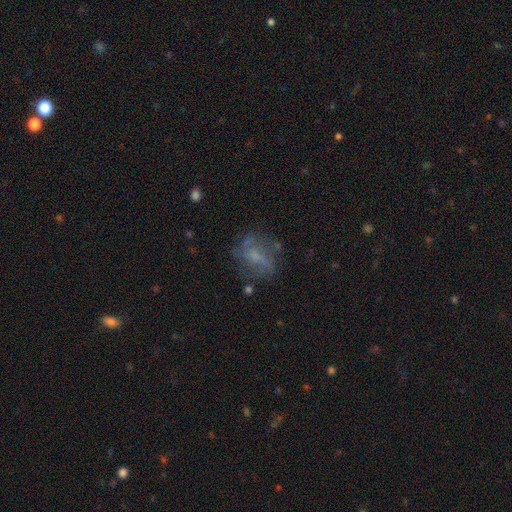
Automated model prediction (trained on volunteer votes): This is possibly a featured or disk galaxy (52%). It is clearly not viewed edge-on (96%). Merging: possibly none (56%).